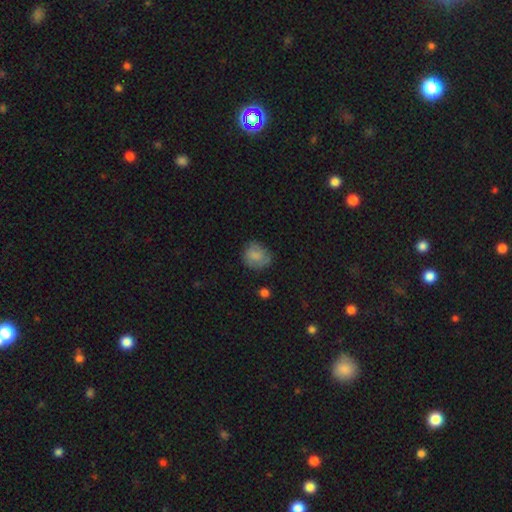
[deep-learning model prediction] Q: Smooth or featured?
A: smooth (76%); runner-up: featured or disk (16%)
Q: How rounded?
A: round (72%); runner-up: in between (27%)
Q: Merging?
A: none (65%); runner-up: minor disturbance (26%)